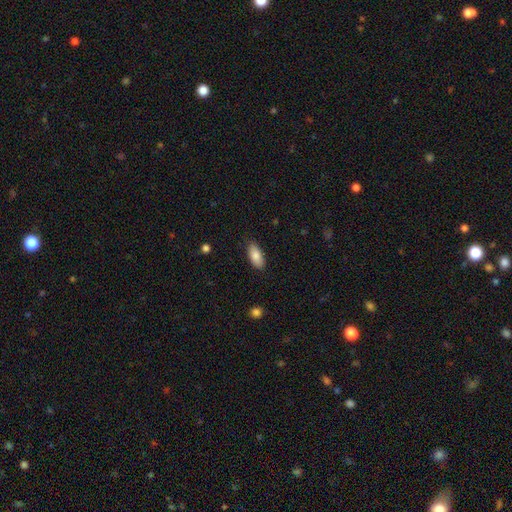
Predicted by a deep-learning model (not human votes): A smooth galaxy with no disk features (84%) that is in between round and cigar-shaped (88%).

Vote fractions:
- Smooth or featured? smooth: 84% / featured or disk: 9% / star or artifact: 7%
- How rounded? in between: 88% / cigar-shaped: 10% / round: 2%
- Merging? none: 86% / minor disturbance: 11% / major disturbance: 2% / merger: 1%